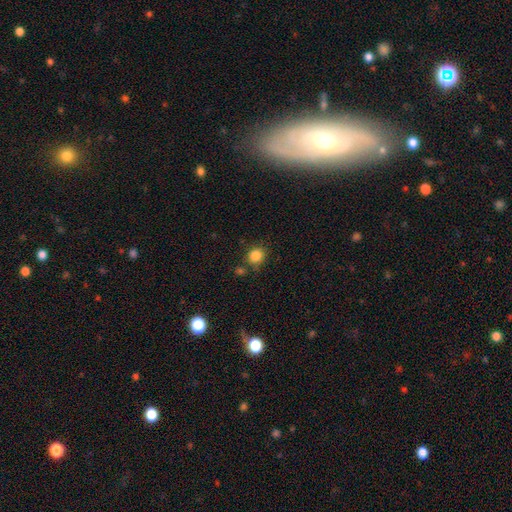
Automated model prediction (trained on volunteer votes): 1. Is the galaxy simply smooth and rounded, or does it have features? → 84% smooth, 11% star or artifact, 5% featured or disk.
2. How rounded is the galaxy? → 79% round, 20% in between, 1% cigar-shaped.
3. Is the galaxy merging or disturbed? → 75% none, 14% minor disturbance, 8% merger, 4% major disturbance.